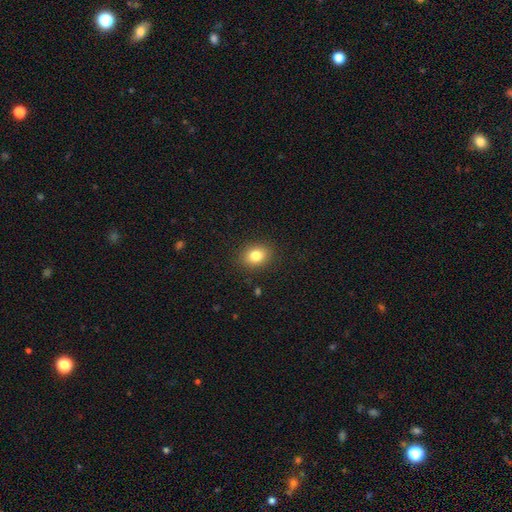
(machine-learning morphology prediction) smooth_or_featured: smooth (p=0.82) [alt: star or artifact p=0.10]
how_rounded: in between (p=0.59) [alt: round p=0.40]
merging: none (p=0.88) [alt: minor disturbance p=0.08]